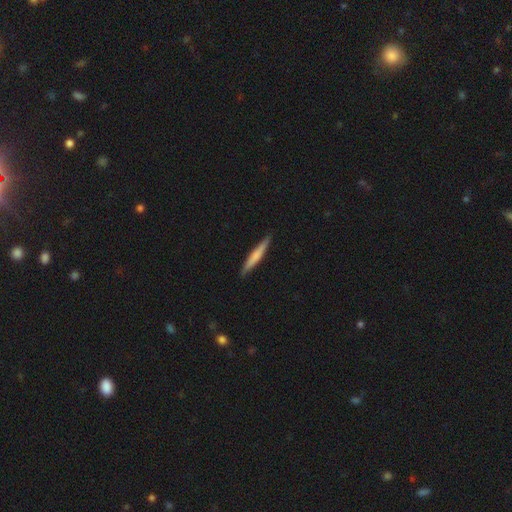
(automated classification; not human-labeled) smooth 63%, featured or disk 32%, star or artifact 5%. Down the decision tree: how rounded — cigar-shaped (95%); merging — none (90%).